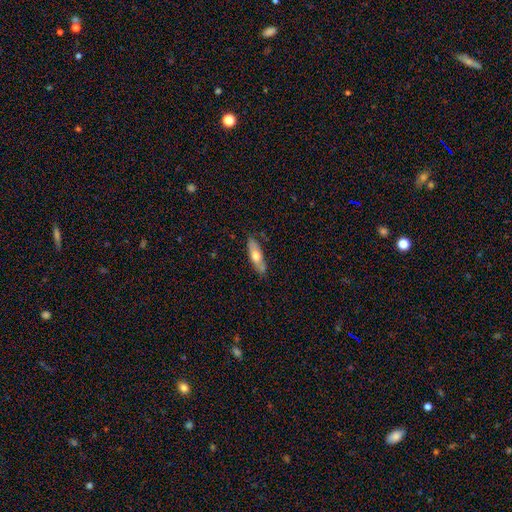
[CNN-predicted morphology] smooth 59%, featured or disk 36%, star or artifact 6%. Down the decision tree: how rounded — cigar-shaped (50%); merging — none (80%).